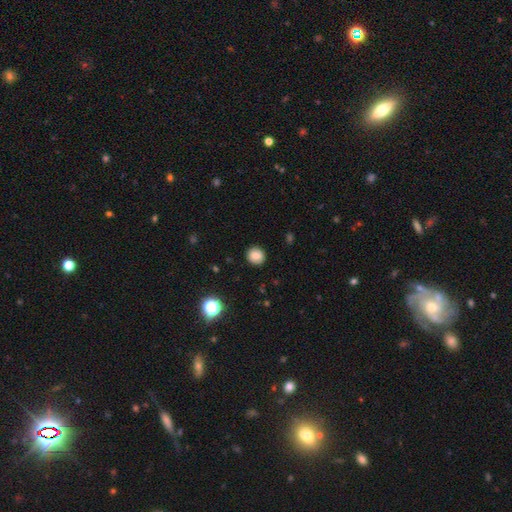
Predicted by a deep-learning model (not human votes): Q: Smooth or featured?
A: smooth (80%); runner-up: star or artifact (11%)
Q: How rounded?
A: round (84%); runner-up: in between (15%)
Q: Merging?
A: none (89%); runner-up: minor disturbance (8%)